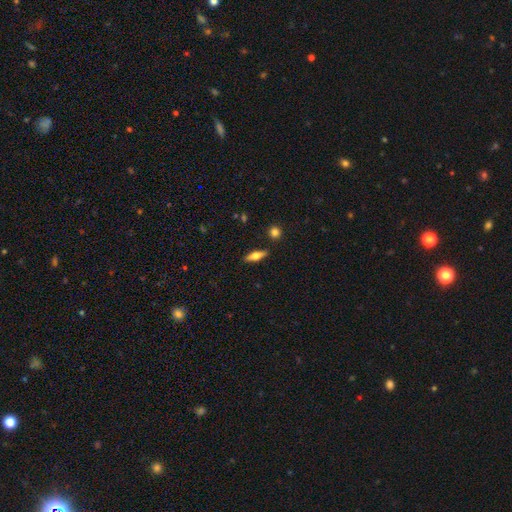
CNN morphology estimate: type=smooth (55%); roundness=cigar-shaped (49%); merging=none (87%).